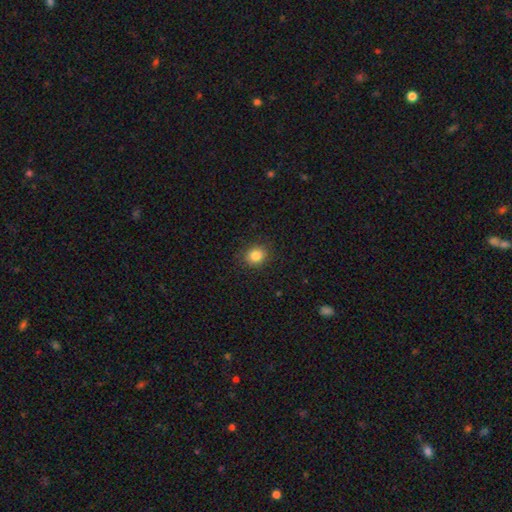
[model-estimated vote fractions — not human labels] Smooth or featured?
  - smooth: 83% *
  - star or artifact: 11%
  - featured or disk: 5%
How rounded?
  - round: 76% *
  - in between: 23%
  - cigar-shaped: 1%
Merging?
  - none: 89% *
  - minor disturbance: 7%
  - major disturbance: 2%
  - merger: 1%